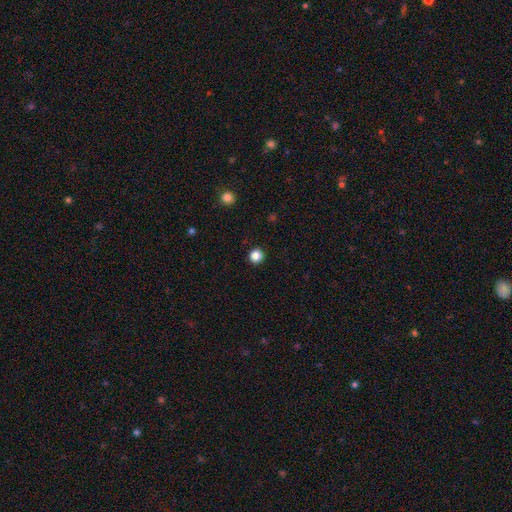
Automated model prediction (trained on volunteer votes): Morphology: type=smooth (86%); roundness=round (95%); merging=none (93%).